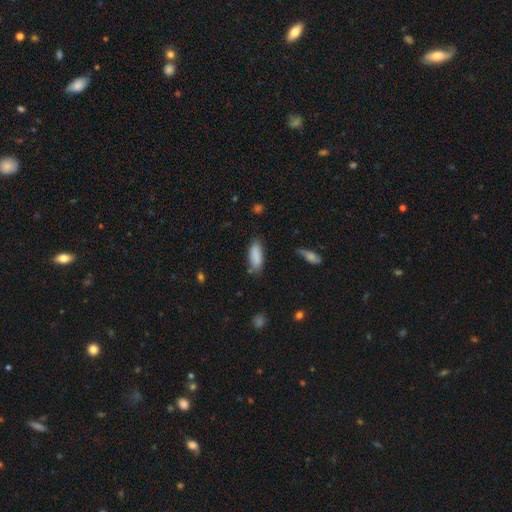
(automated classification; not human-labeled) smooth 87%, star or artifact 7%, featured or disk 6%. Down the decision tree: how rounded — in between (76%); merging — none (75%).